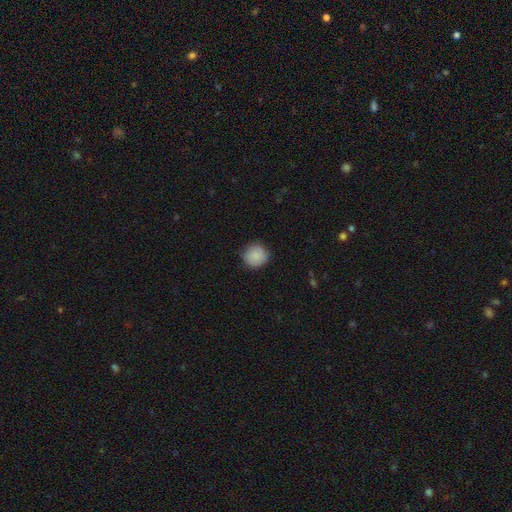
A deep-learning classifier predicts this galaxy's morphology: Overall: smooth (88%). How rounded: round (92%). Merging: none (86%).